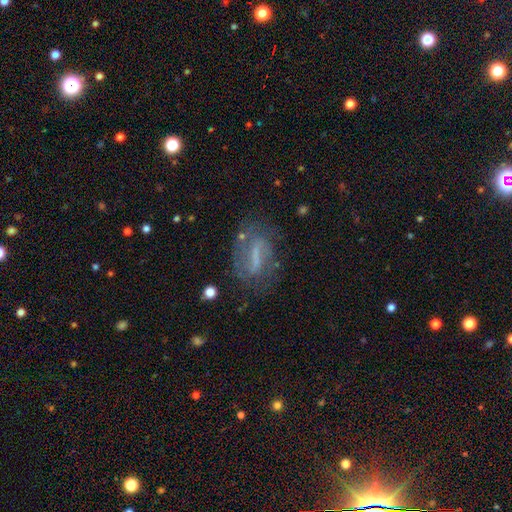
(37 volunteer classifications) Volunteers were most divided on "spiral winding": loose: 43%, medium: 35%, tight: 22%. More confident: edge-on disk — no (100%); spiral arms — yes (79%); smooth or featured — featured or disk (78%); merging — none (76%); spiral arm count — 2 (70%); bulge size — none (66%); bar — strong (55%).